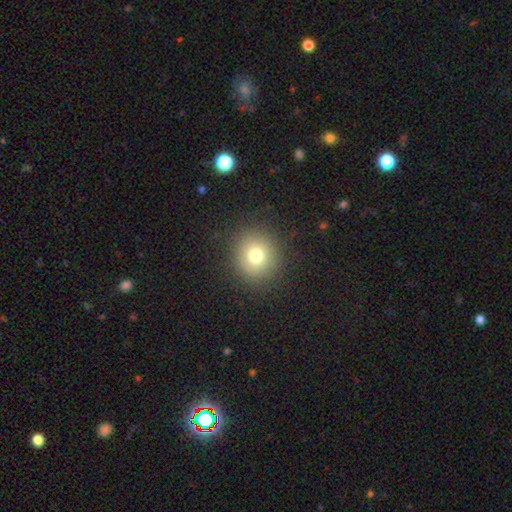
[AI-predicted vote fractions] Smooth or featured?
  - smooth: 75% *
  - star or artifact: 14%
  - featured or disk: 10%
How rounded?
  - round: 91% *
  - in between: 8%
  - cigar-shaped: 1%
Merging?
  - none: 89% *
  - minor disturbance: 7%
  - major disturbance: 3%
  - merger: 1%